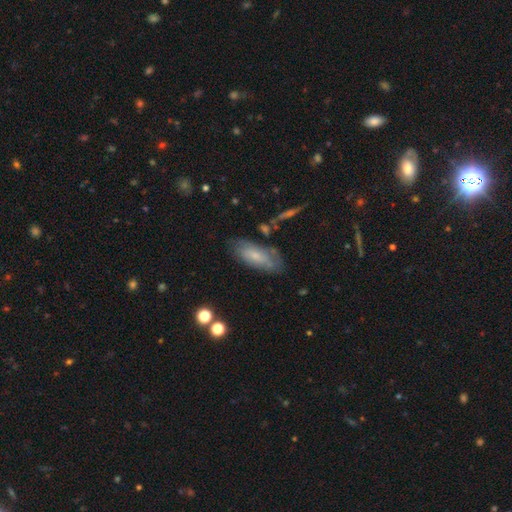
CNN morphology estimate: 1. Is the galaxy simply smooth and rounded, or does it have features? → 60% smooth, 32% featured or disk, 8% star or artifact.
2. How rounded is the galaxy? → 82% in between, 16% cigar-shaped, 3% round.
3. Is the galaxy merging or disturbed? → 67% none, 22% minor disturbance, 7% major disturbance, 4% merger.